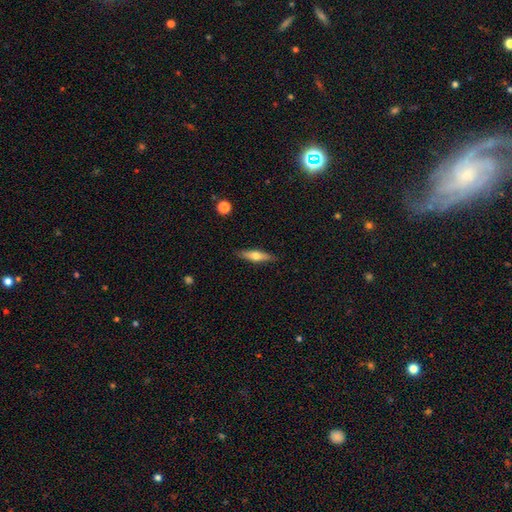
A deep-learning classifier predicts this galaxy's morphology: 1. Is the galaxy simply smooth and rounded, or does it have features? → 51% smooth, 43% featured or disk, 6% star or artifact.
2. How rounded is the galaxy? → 68% cigar-shaped, 29% in between, 2% round.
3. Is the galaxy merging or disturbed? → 87% none, 9% minor disturbance, 2% major disturbance, 1% merger.